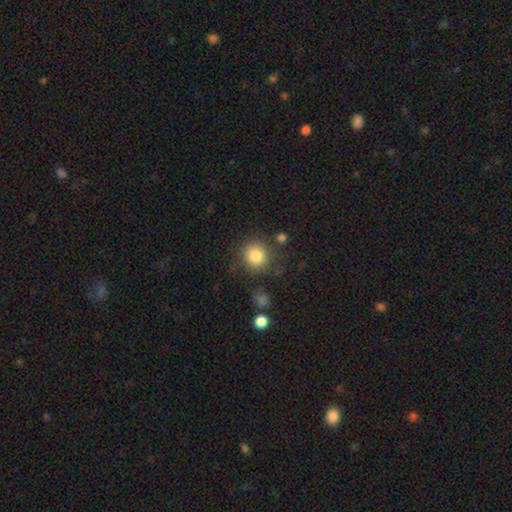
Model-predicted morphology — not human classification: smooth-or-featured: smooth: 84% | star or artifact: 10% | featured or disk: 6%
  how-rounded: round: 88% | in between: 11% | cigar-shaped: 1%
  merging: none: 81% | minor disturbance: 11% | major disturbance: 5% | merger: 4%